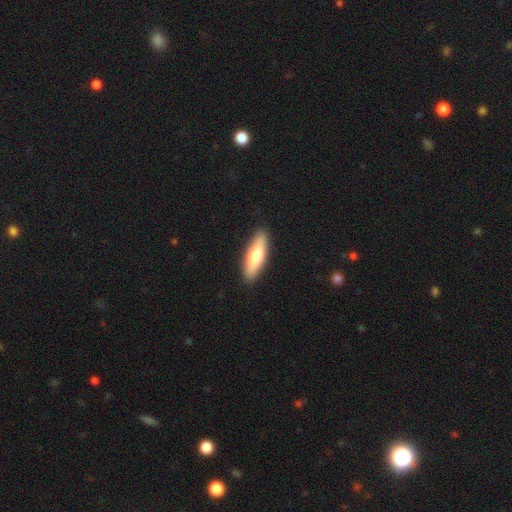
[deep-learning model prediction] A smooth galaxy with no disk features (69%) that is cigar-shaped (58%).

Vote fractions:
- Smooth or featured? smooth: 69% / featured or disk: 26% / star or artifact: 5%
- How rounded? cigar-shaped: 58% / in between: 40% / round: 2%
- Merging? none: 90% / minor disturbance: 7% / major disturbance: 2% / merger: 1%